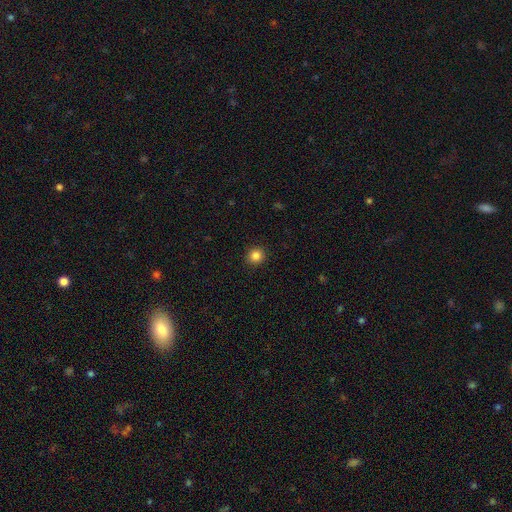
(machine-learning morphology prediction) Q: Smooth or featured?
A: smooth (85%); runner-up: star or artifact (11%)
Q: How rounded?
A: round (93%); runner-up: in between (6%)
Q: Merging?
A: none (92%); runner-up: minor disturbance (5%)